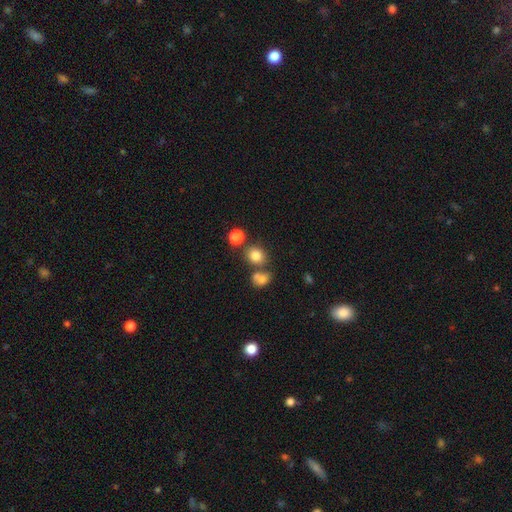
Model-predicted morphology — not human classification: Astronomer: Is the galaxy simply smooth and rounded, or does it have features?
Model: smooth — 80%.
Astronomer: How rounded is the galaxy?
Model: round — 75%.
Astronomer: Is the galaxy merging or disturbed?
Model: none — 65%.